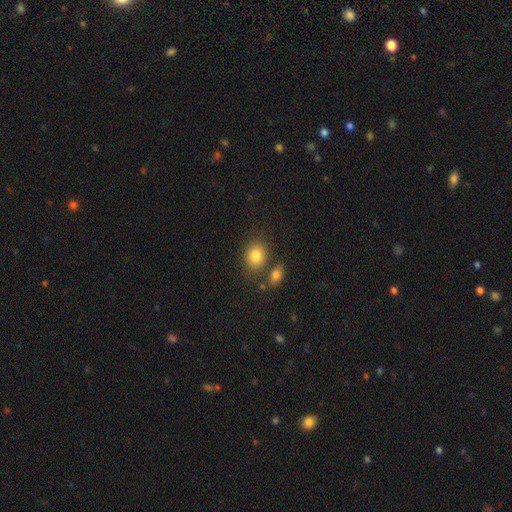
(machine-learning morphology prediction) smooth_or_featured: smooth (p=0.84) [alt: star or artifact p=0.09]
how_rounded: in between (p=0.55) [alt: round p=0.44]
merging: none (p=0.67) [alt: merger p=0.15]